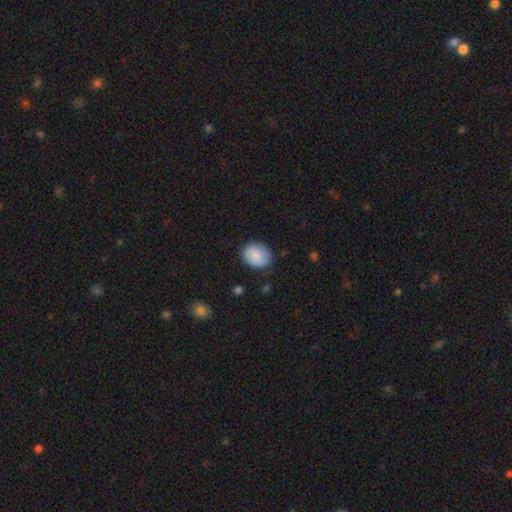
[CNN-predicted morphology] type=smooth (85%); roundness=in between (51%); merging=none (80%).